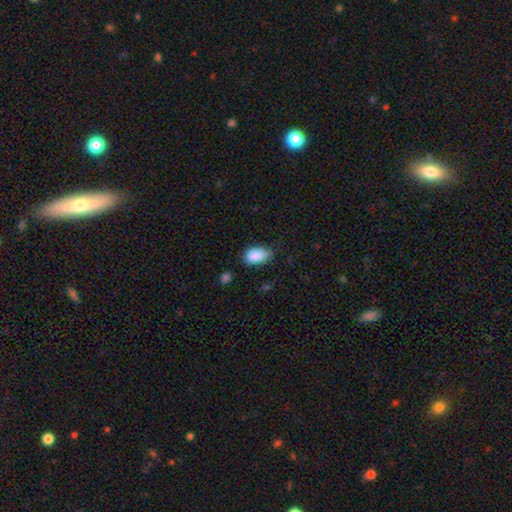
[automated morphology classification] Smooth or featured: smooth — 88% (star or artifact — 8%)
How rounded: in between — 88% (round — 10%)
Merging: none — 60% (minor disturbance — 31%)